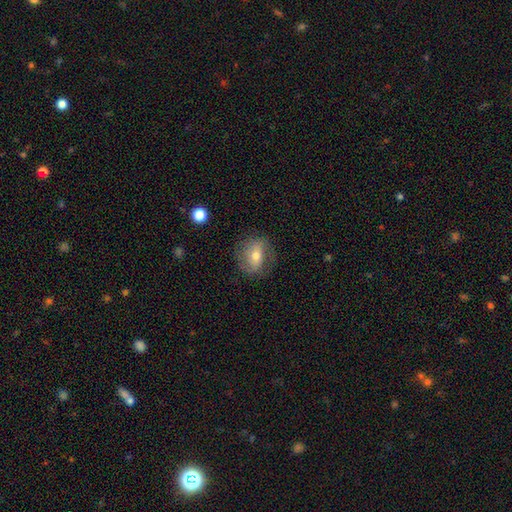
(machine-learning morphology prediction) A featured or disk galaxy (48%). Merging: none (73%).